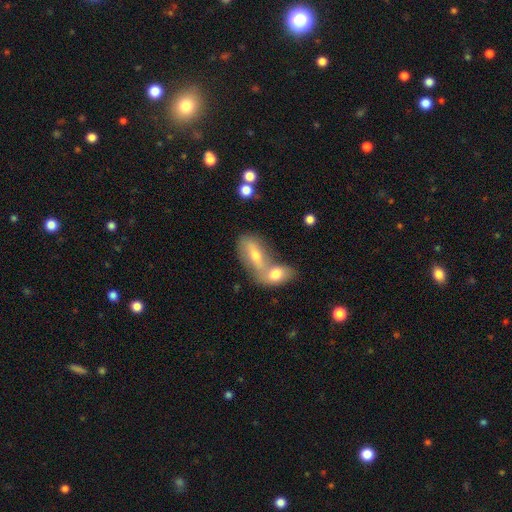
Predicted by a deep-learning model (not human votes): smooth_or_featured: smooth (p=0.51) [alt: featured or disk p=0.38]
how_rounded: in between (p=0.76) [alt: cigar-shaped p=0.17]
merging: merger (p=0.62) [alt: none p=0.27]